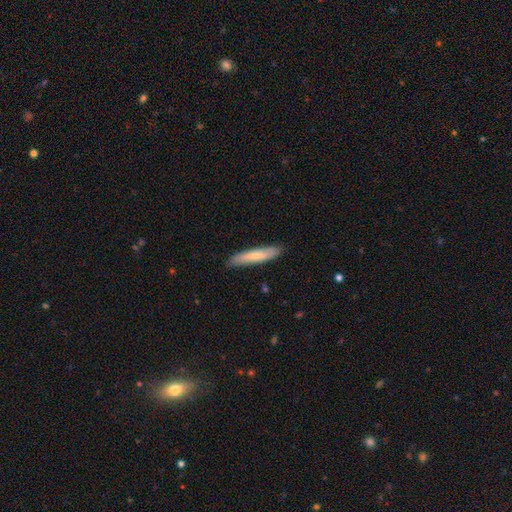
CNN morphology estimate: The model was most divided on "smooth or featured": smooth: 71%, featured or disk: 24%, star or artifact: 5%. More confident: how rounded — cigar-shaped (87%); merging — none (85%).